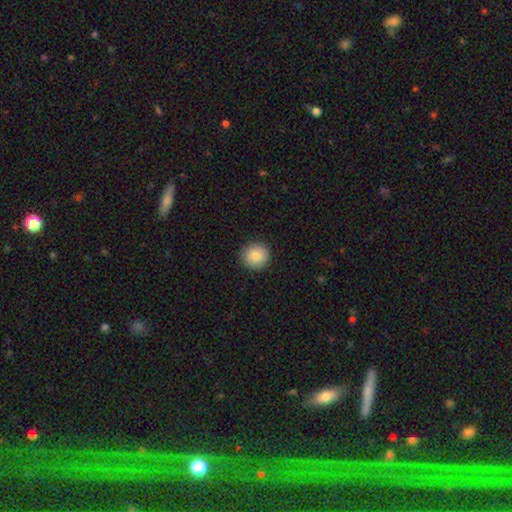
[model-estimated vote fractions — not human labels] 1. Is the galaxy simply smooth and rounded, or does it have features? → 85% smooth, 8% star or artifact, 6% featured or disk.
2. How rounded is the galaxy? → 92% round, 7% in between, 1% cigar-shaped.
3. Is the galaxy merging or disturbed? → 91% none, 7% minor disturbance, 2% major disturbance, 1% merger.